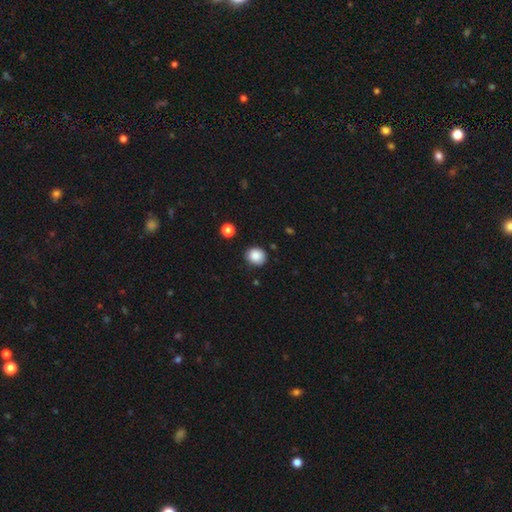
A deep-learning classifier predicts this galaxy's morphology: smooth 87%, star or artifact 9%, featured or disk 4%. Down the decision tree: how rounded — round (78%); merging — none (87%).